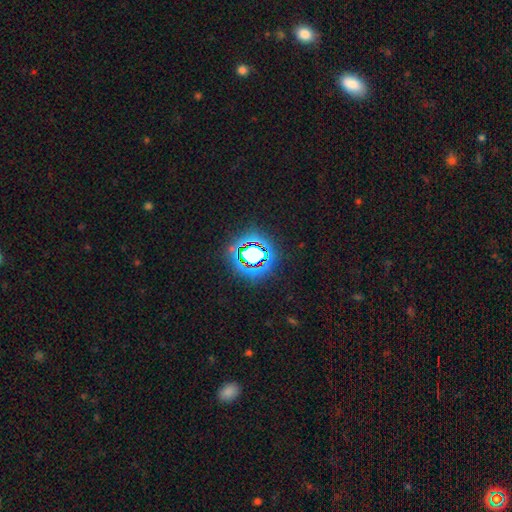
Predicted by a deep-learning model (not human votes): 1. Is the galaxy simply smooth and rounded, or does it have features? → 67% star or artifact, 22% smooth, 11% featured or disk.